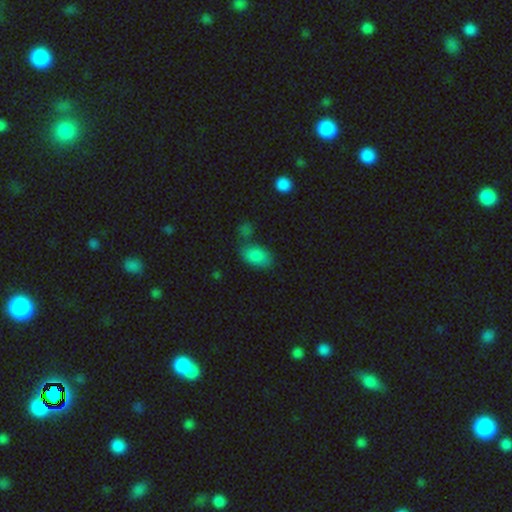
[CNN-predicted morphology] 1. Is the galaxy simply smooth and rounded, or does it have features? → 85% smooth, 9% star or artifact, 6% featured or disk.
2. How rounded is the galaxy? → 92% in between, 6% round, 2% cigar-shaped.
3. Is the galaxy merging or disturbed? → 61% none, 18% minor disturbance, 15% merger, 7% major disturbance.